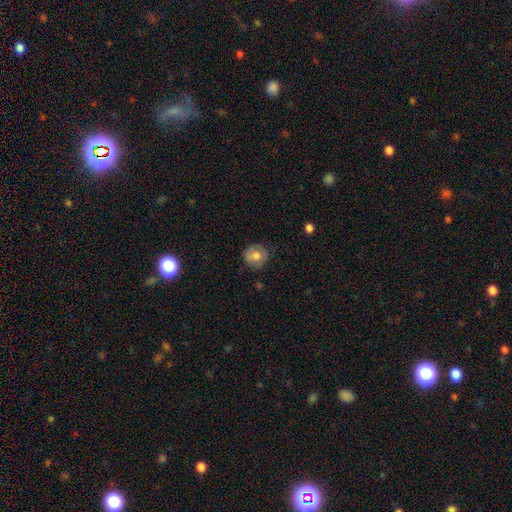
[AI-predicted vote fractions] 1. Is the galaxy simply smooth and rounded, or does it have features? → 75% smooth, 16% featured or disk, 9% star or artifact.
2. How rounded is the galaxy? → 85% round, 14% in between, 1% cigar-shaped.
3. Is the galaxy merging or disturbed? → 76% none, 19% minor disturbance, 4% major disturbance, 1% merger.